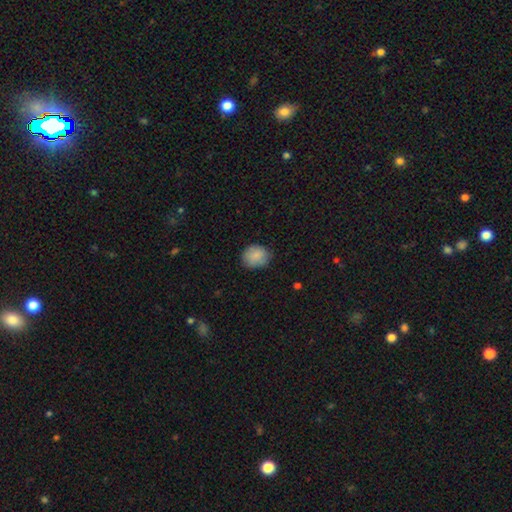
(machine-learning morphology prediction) type=smooth (86%); roundness=round (59%); merging=none (77%).